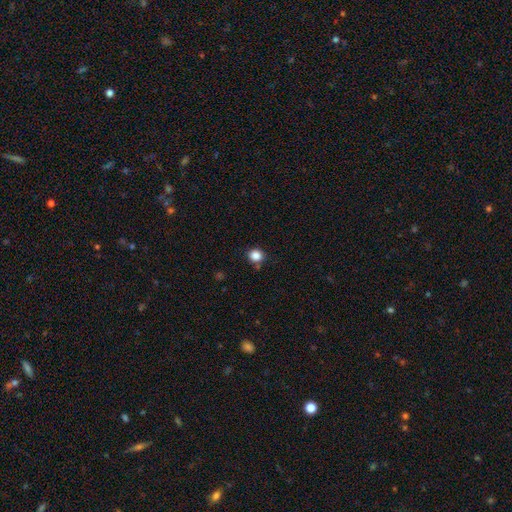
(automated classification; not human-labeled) Smooth or featured? Predicted: smooth (p=0.85). How rounded? Predicted: round (p=0.83). Merging? Predicted: none (p=0.81).